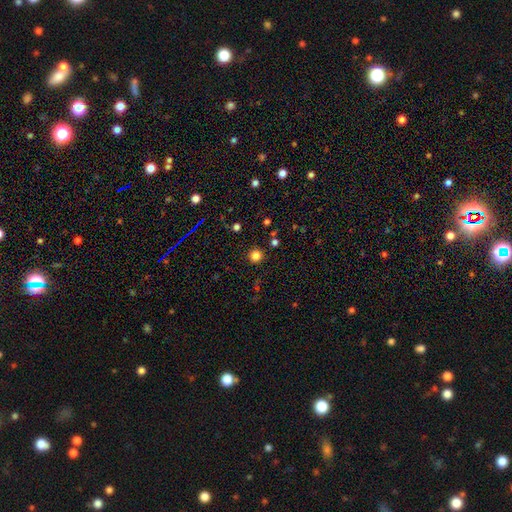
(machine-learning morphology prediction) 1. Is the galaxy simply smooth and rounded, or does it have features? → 81% smooth, 14% star or artifact, 5% featured or disk.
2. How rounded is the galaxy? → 95% round, 4% in between, 1% cigar-shaped.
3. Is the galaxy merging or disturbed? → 91% none, 5% minor disturbance, 2% major disturbance, 2% merger.